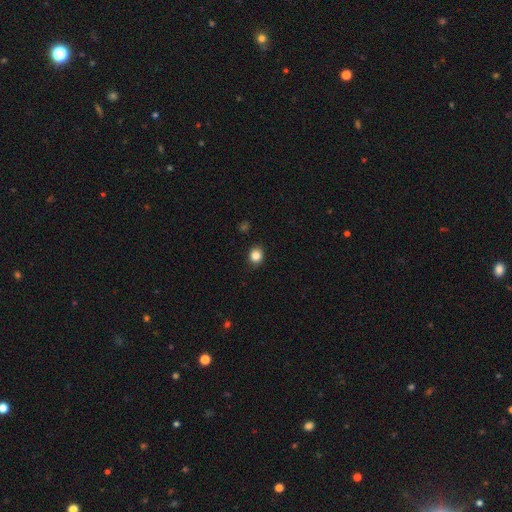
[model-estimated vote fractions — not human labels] A smooth galaxy with no disk features (85%) that is round (72%).

Vote fractions:
- Smooth or featured? smooth: 85% / star or artifact: 11% / featured or disk: 4%
- How rounded? round: 72% / in between: 27% / cigar-shaped: 1%
- Merging? none: 89% / minor disturbance: 8% / major disturbance: 2% / merger: 1%